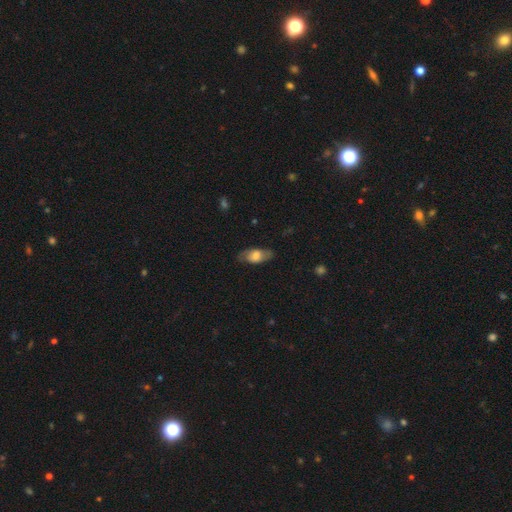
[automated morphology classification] This appears to be a smooth galaxy with no disk features (57%) that is in between round and cigar-shaped (86%). Merging: none (74%).